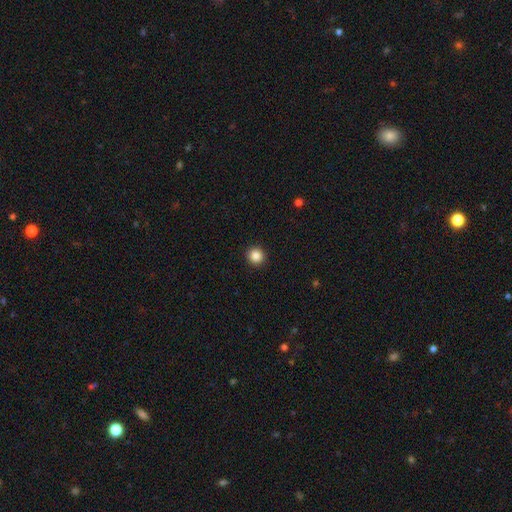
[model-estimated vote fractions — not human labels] A smooth galaxy with no disk features (86%) that is round (94%). Merging: none (93%).